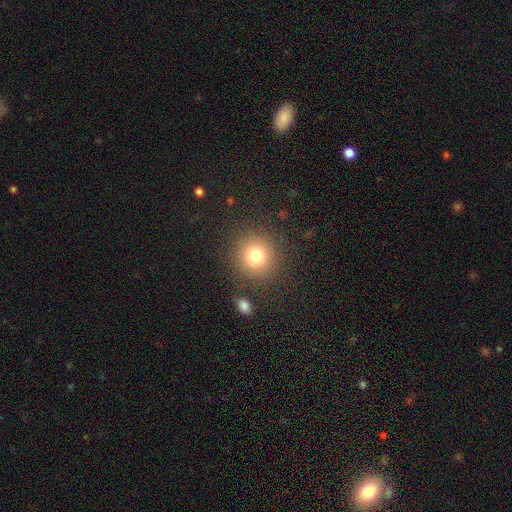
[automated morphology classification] Overall: smooth (77%). How rounded: round (92%). Merging: none (86%).